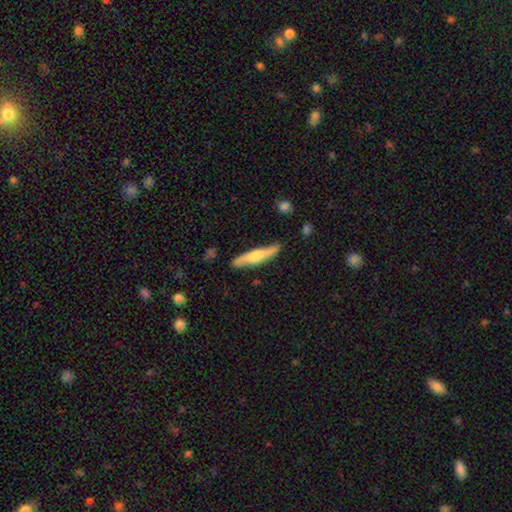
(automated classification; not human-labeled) smooth_or_featured: smooth (p=0.51) [alt: featured or disk p=0.43]
how_rounded: cigar-shaped (p=0.85) [alt: in between p=0.13]
merging: none (p=0.80) [alt: minor disturbance p=0.15]